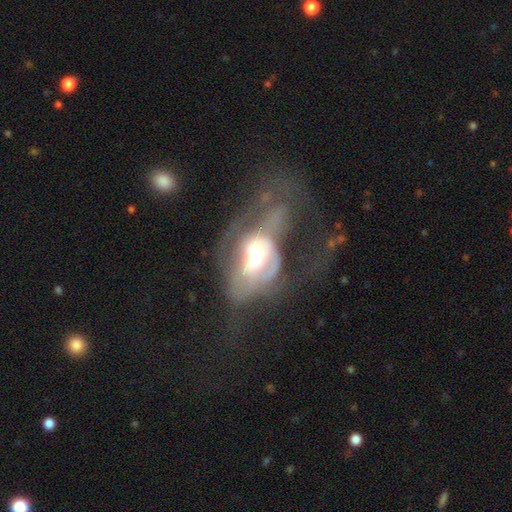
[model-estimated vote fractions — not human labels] Smooth or featured? Predicted: featured or disk (p=0.64). Edge-on disk? Predicted: no (p=0.93). Bar? Predicted: no (p=0.56). Spiral arms? Predicted: no (p=0.59). Bulge size? Predicted: moderate (p=0.47). Merging? Predicted: major disturbance (p=0.65).